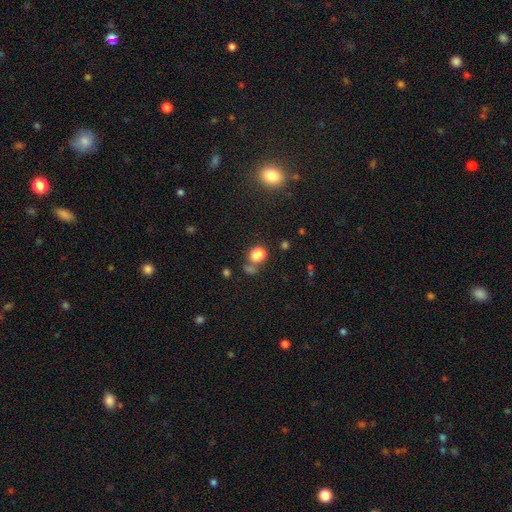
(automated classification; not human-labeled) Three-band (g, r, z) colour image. It shows a smooth galaxy with no disk features (78%) that is in between round and cigar-shaped (53%). Merging: none (42%).